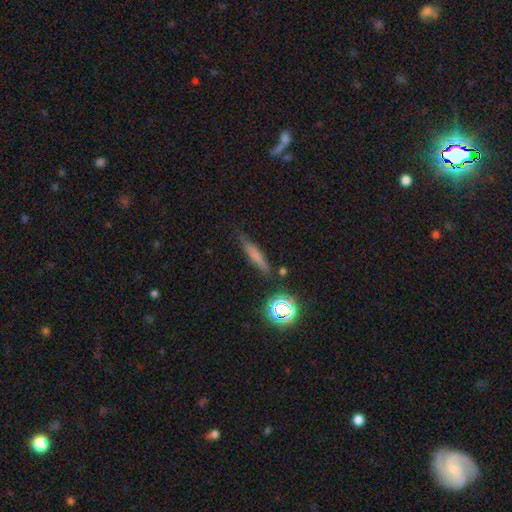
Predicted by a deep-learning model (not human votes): A smooth galaxy with no disk features (60%) that is cigar-shaped (85%).

Vote fractions:
- Smooth or featured? smooth: 60% / featured or disk: 26% / star or artifact: 15%
- How rounded? cigar-shaped: 85% / in between: 10% / round: 5%
- Merging? none: 78% / minor disturbance: 15% / major disturbance: 4% / merger: 3%